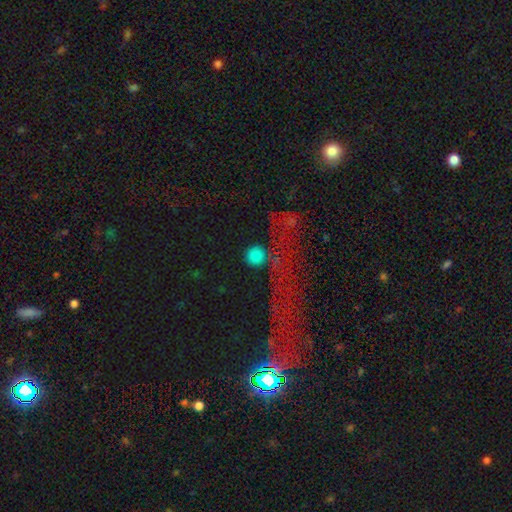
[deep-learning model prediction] Smooth or featured: smooth — 76% (star or artifact — 18%)
How rounded: round — 96% (in between — 3%)
Merging: none — 84% (minor disturbance — 7%)